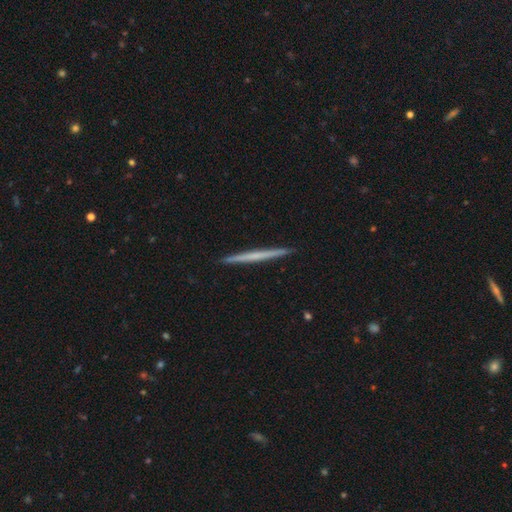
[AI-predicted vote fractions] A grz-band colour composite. It shows a featured or disk galaxy (53%) viewed edge-on (98%) with no central bulge (89%). Merging: none (93%).